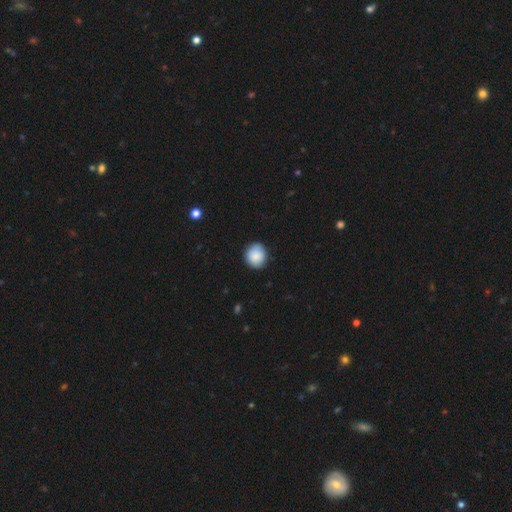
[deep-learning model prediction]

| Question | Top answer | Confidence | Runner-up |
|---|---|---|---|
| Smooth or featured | smooth | 87% | star or artifact (7%) |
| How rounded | round | 79% | in between (20%) |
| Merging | none | 84% | minor disturbance (13%) |